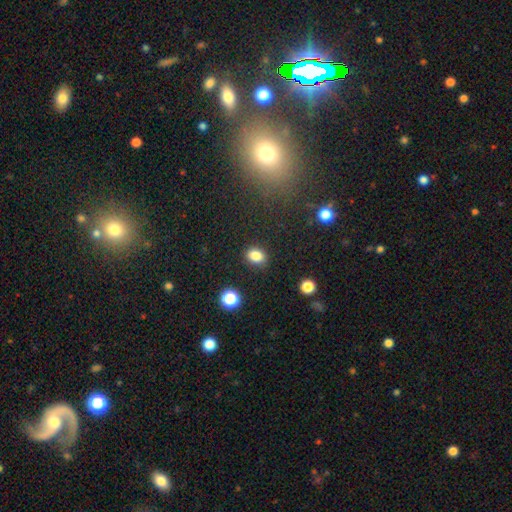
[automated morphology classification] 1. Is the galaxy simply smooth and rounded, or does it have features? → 84% smooth, 11% star or artifact, 5% featured or disk.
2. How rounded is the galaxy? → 63% in between, 36% round, 1% cigar-shaped.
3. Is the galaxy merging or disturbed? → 86% none, 10% minor disturbance, 3% major disturbance, 2% merger.